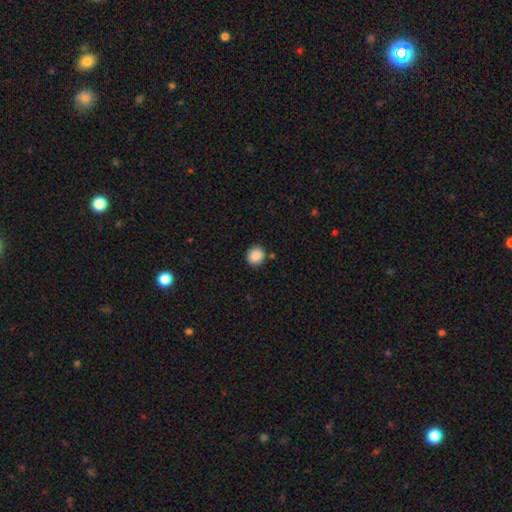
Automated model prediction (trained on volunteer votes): A smooth galaxy with no disk features (88%) that is round (83%).

Vote fractions:
- Smooth or featured? smooth: 88% / star or artifact: 9% / featured or disk: 3%
- How rounded? round: 83% / in between: 16% / cigar-shaped: 1%
- Merging? none: 87% / minor disturbance: 8% / merger: 2% / major disturbance: 2%